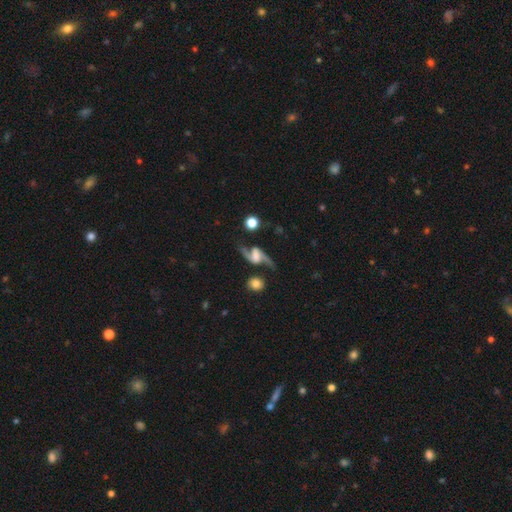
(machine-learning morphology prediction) Q: Smooth or featured?
A: featured or disk (85%); runner-up: smooth (9%)
Q: Edge-on disk?
A: no (94%); runner-up: yes (6%)
Q: Bar?
A: weak (42%); runner-up: no (29%)
Q: Spiral arms?
A: yes (96%); runner-up: no (4%)
Q: Spiral winding?
A: loose (78%); runner-up: medium (18%)
Q: Spiral arm count?
A: 2 (94%); runner-up: 1 (2%)
Q: Bulge size?
A: none (30%); runner-up: moderate (25%)
Q: Merging?
A: none (70%); runner-up: minor disturbance (15%)